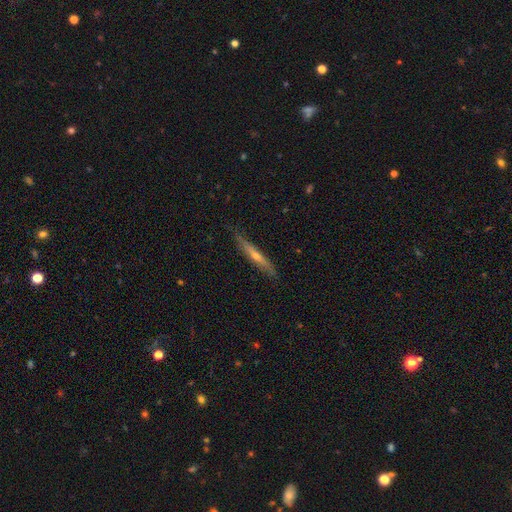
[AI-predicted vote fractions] smooth-or-featured: featured or disk: 61% | smooth: 32% | star or artifact: 6%
  disk-edge-on: yes: 93% | no: 7%
    edge-on-bulge: rounded: 70% | none: 26% | boxy: 4%
  merging: none: 82% | minor disturbance: 15% | major disturbance: 2% | merger: 1%